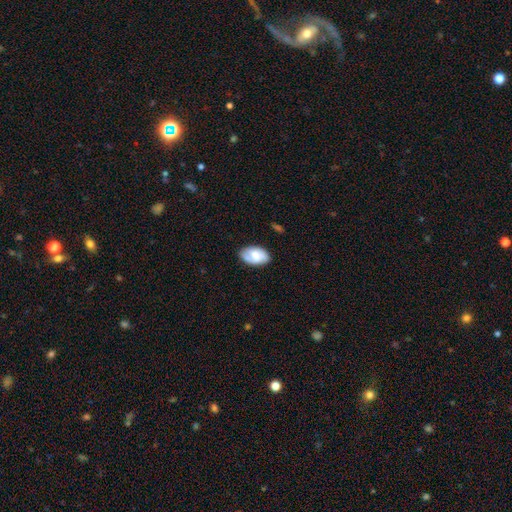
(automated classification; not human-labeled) Smooth or featured: smooth — 59% (featured or disk — 34%)
How rounded: in between — 92% (round — 6%)
Merging: none — 74% (minor disturbance — 20%)